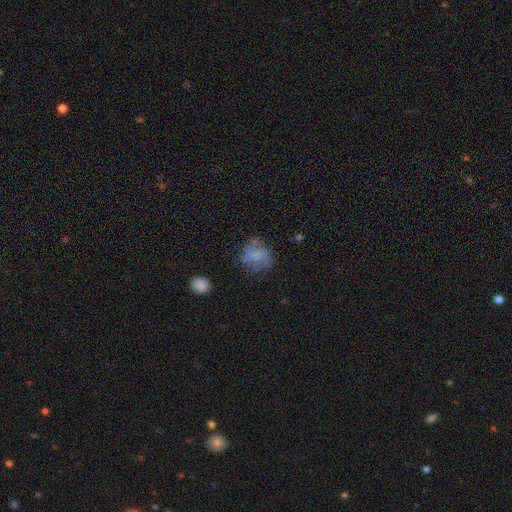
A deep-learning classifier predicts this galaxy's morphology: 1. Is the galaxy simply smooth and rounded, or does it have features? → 52% smooth, 37% featured or disk, 11% star or artifact.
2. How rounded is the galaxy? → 67% round, 32% in between, 1% cigar-shaped.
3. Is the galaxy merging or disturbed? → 57% none, 23% minor disturbance, 17% major disturbance, 2% merger.